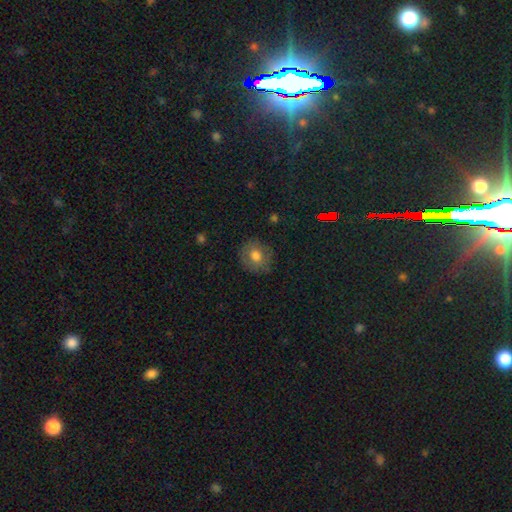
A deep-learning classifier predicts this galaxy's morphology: smooth_or_featured: smooth (p=0.70) [alt: featured or disk p=0.20]
how_rounded: round (p=0.80) [alt: in between p=0.19]
merging: none (p=0.82) [alt: minor disturbance p=0.13]